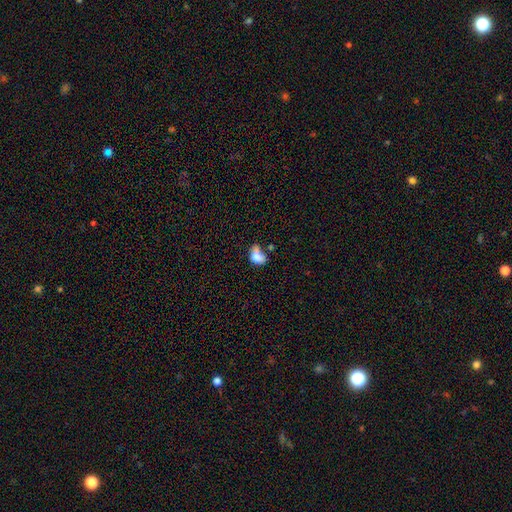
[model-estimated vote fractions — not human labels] smooth 74%, featured or disk 15%, star or artifact 10%. Down the decision tree: how rounded — in between (78%); merging — merger (36%).